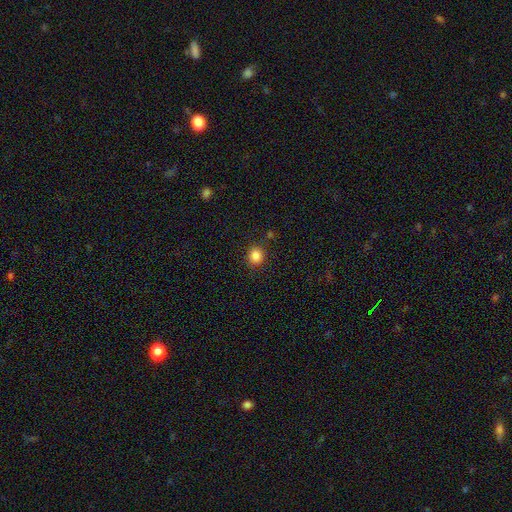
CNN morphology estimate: This is clearly a smooth galaxy (85%). How rounded: clearly round (82%). Merging: clearly none (87%).